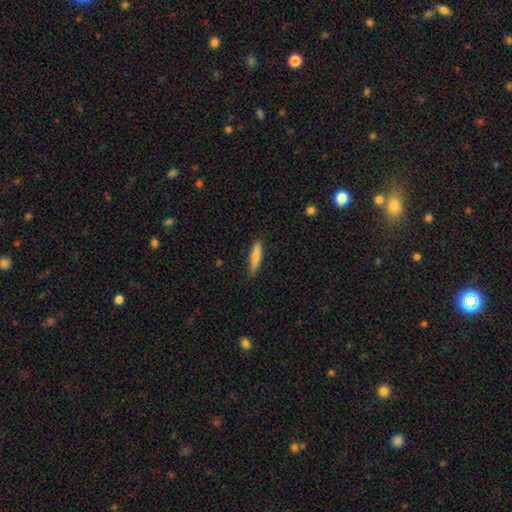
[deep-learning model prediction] A smooth galaxy with no disk features (68%) that is cigar-shaped (80%).

Vote fractions:
- Smooth or featured? smooth: 68% / featured or disk: 25% / star or artifact: 7%
- How rounded? cigar-shaped: 80% / in between: 18% / round: 2%
- Merging? none: 81% / minor disturbance: 15% / major disturbance: 2% / merger: 1%